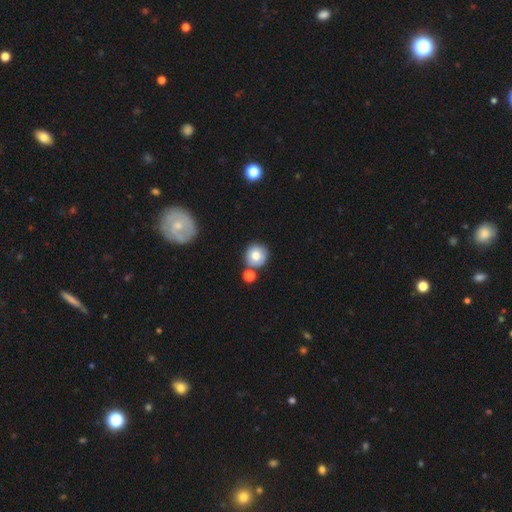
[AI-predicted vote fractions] Smooth or featured?
  - smooth: 77% *
  - featured or disk: 13%
  - star or artifact: 10%
How rounded?
  - round: 89% *
  - in between: 10%
  - cigar-shaped: 1%
Merging?
  - none: 72% *
  - merger: 15%
  - minor disturbance: 10%
  - major disturbance: 3%